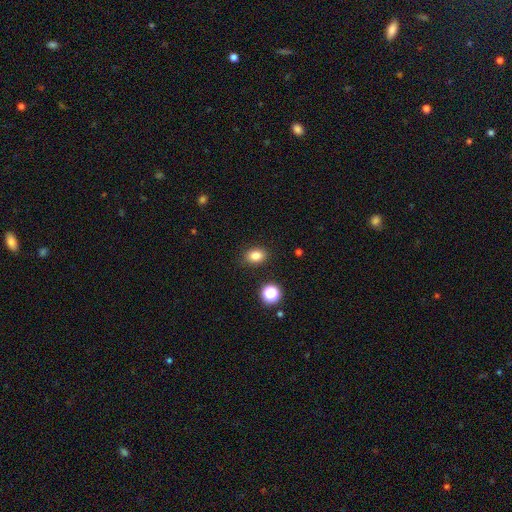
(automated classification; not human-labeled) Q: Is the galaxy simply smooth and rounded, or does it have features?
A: smooth — 82%.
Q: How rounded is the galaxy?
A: in between — 63%.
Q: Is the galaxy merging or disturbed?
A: none — 87%.